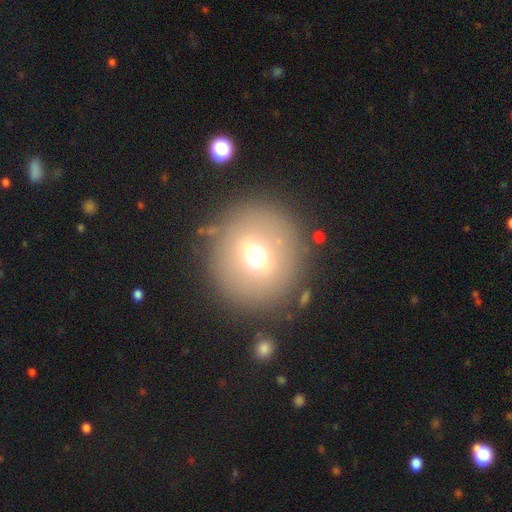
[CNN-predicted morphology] smooth_or_featured: smooth (p=0.62) [alt: featured or disk p=0.19]
how_rounded: round (p=0.89) [alt: in between p=0.10]
merging: none (p=0.83) [alt: minor disturbance p=0.08]